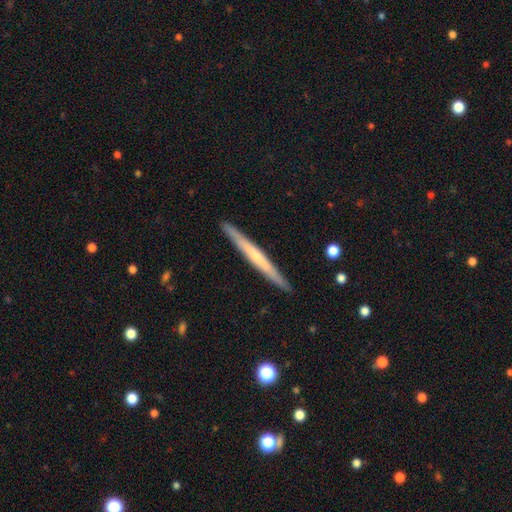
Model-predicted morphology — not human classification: Q: Smooth or featured?
A: featured or disk (55%); runner-up: smooth (40%)
Q: Edge-on disk?
A: yes (96%); runner-up: no (4%)
Q: Edge-on bulge?
A: none (64%); runner-up: rounded (29%)
Q: Merging?
A: none (91%); runner-up: minor disturbance (6%)